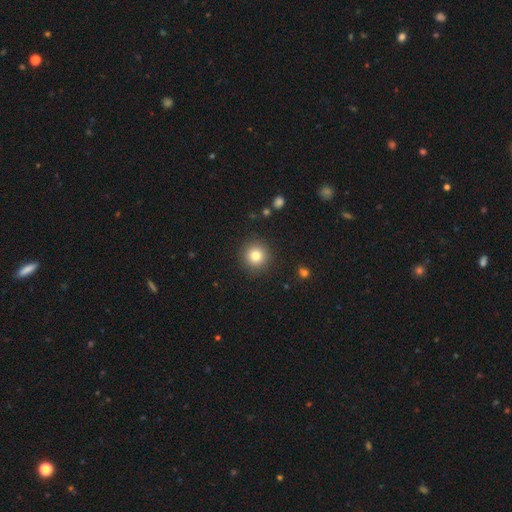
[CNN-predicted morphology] This appears to be a smooth galaxy with no disk features (80%) that is round (94%). Merging: none (91%).